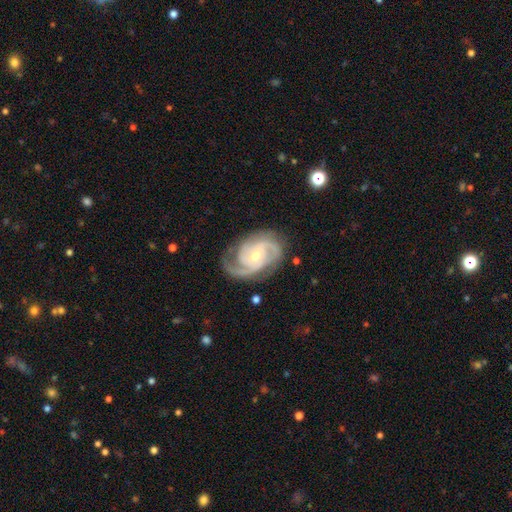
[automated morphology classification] This appears to be a featured or disk galaxy (92%) with no bar (57%), 3 (40%) tight (52%) spiral arms (98%) and a moderate central bulge (49%). Merging: none (75%).